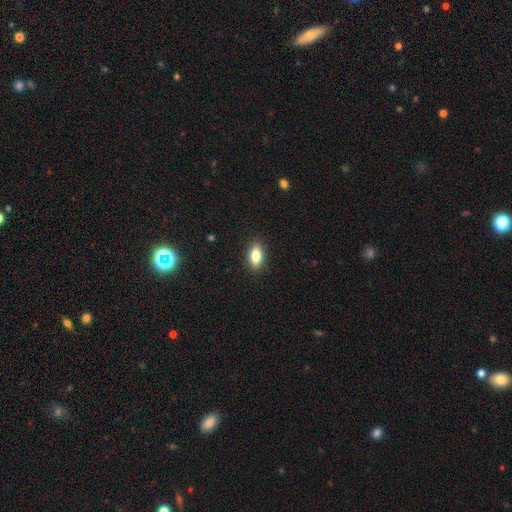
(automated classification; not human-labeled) A smooth galaxy with no disk features (82%) that is in between round and cigar-shaped (86%). Merging: none (89%).